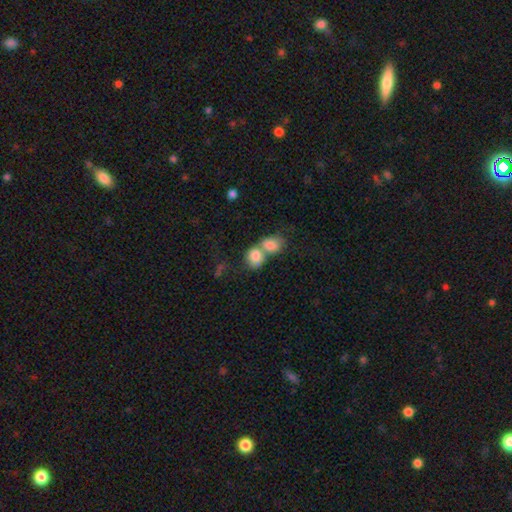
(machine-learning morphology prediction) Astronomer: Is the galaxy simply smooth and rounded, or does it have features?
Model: smooth — 82%.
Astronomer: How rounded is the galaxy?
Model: round — 60% (runner-up: in between, 38%).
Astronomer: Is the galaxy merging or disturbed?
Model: merger — 68%.